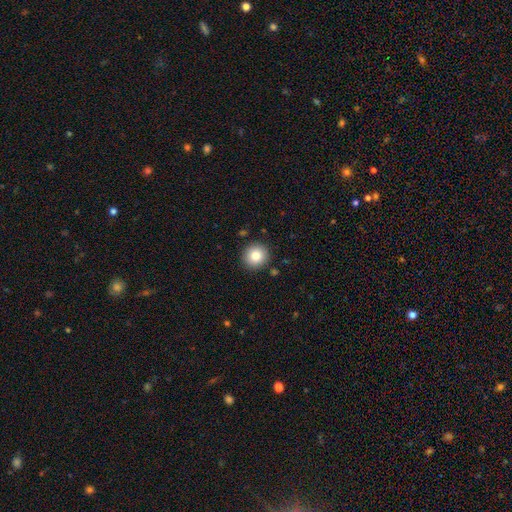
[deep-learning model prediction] smooth-or-featured: smooth: 83% | star or artifact: 10% | featured or disk: 7%
  how-rounded: round: 92% | in between: 7% | cigar-shaped: 1%
  merging: none: 89% | minor disturbance: 7% | major disturbance: 2% | merger: 2%